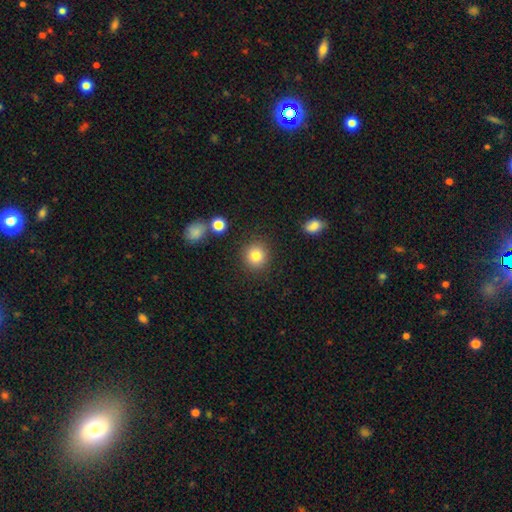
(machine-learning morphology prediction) The model was most divided on "smooth or featured": smooth: 82%, star or artifact: 11%, featured or disk: 7%. More confident: how rounded — round (91%); merging — none (88%).